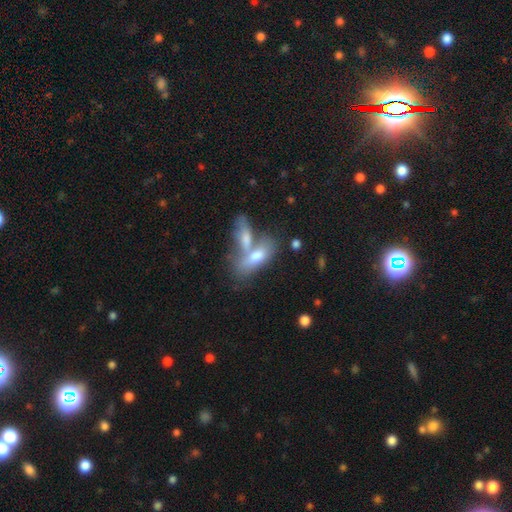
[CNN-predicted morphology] This is likely a smooth galaxy (68%). How rounded: likely in between (73%). Merging: likely merger (60%).